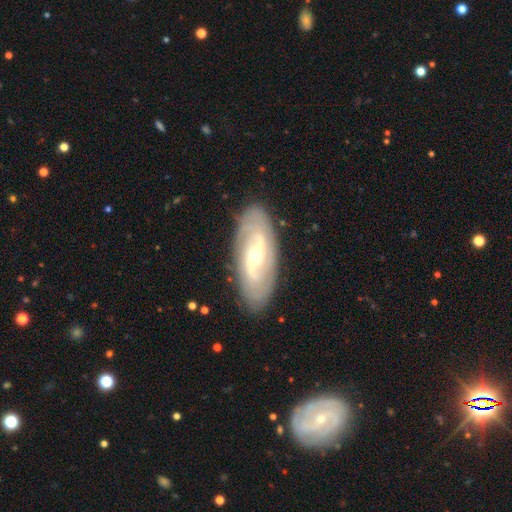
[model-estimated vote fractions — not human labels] Smooth or featured? featured or disk (83%)
Edge-on disk? no (92%)
Bar? weak (49%)
Spiral arms? yes (92%)
Spiral winding? tight (40%)
Spiral arm count? 2 (68%)
Bulge size? moderate (52%)
Merging? none (86%)